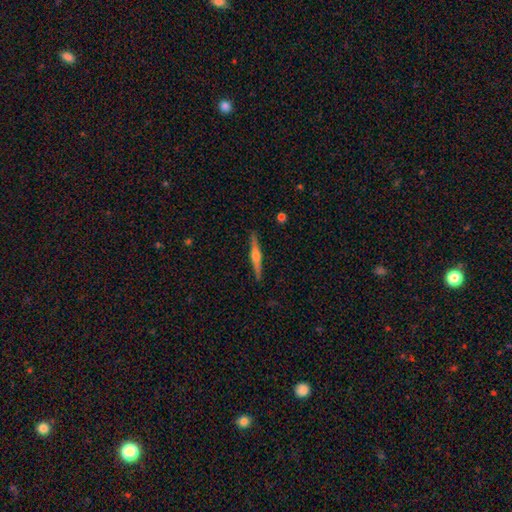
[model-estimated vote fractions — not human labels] Smooth or featured? Predicted: featured or disk (p=0.61). Edge-on disk? Predicted: yes (p=0.97). Edge-on bulge? Predicted: rounded (p=0.72). Merging? Predicted: none (p=0.88).